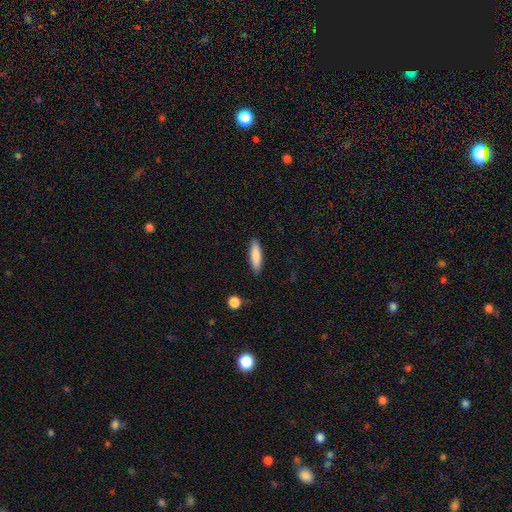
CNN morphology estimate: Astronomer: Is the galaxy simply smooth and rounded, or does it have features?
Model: smooth — 83%.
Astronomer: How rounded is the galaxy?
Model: cigar-shaped — 65%.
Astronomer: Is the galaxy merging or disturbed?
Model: none — 88%.